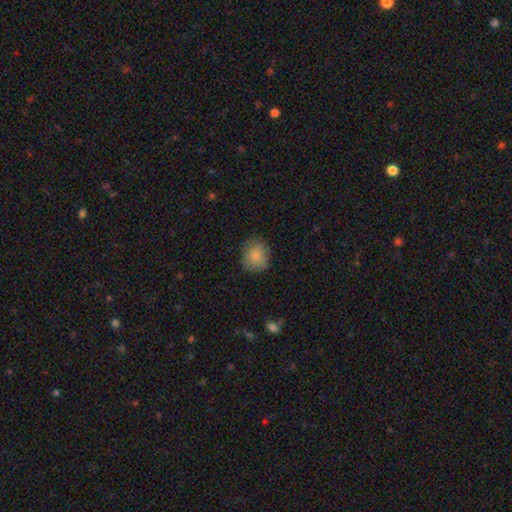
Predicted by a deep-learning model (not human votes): This appears to be a smooth galaxy with no disk features (84%) that is round (81%). Merging: none (77%).